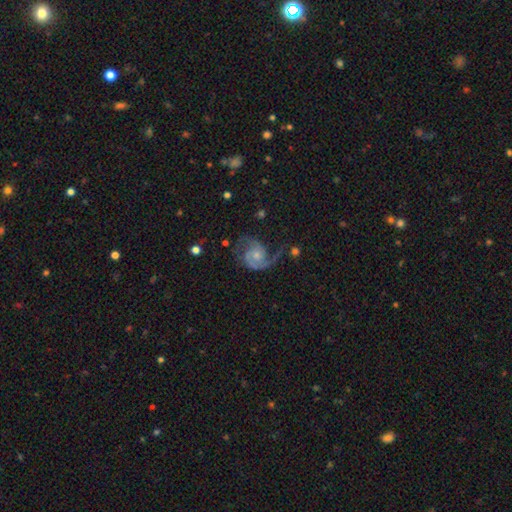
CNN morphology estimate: featured or disk 87%, smooth 7%, star or artifact 6%. Down the decision tree: edge-on disk — no (98%); bar — no (71%); spiral arms — yes (97%); spiral arm count — 2 (82%); spiral winding — medium (50%); bulge size — small (53%); merging — none (58%).